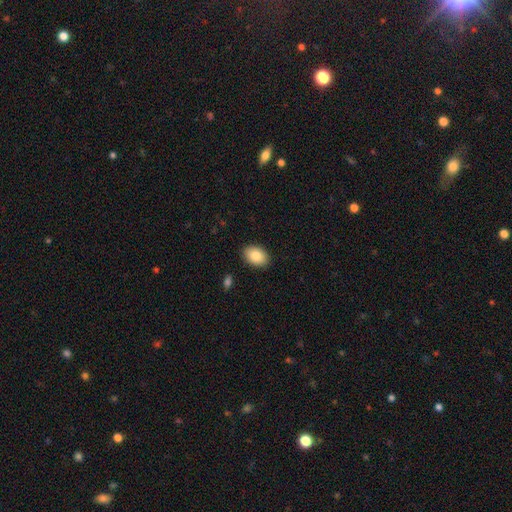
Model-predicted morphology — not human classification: Overall: smooth (86%). How rounded: in between (84%). Merging: none (89%).